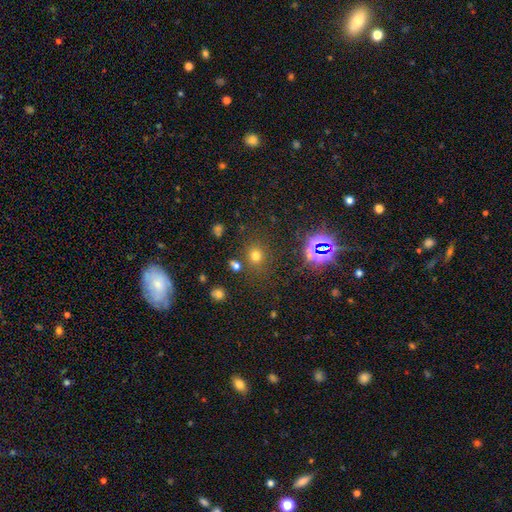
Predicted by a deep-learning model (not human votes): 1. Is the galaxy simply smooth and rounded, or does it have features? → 65% smooth, 27% star or artifact, 8% featured or disk.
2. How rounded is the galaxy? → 80% round, 19% in between, 1% cigar-shaped.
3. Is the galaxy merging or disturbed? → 78% none, 10% minor disturbance, 7% merger, 5% major disturbance.